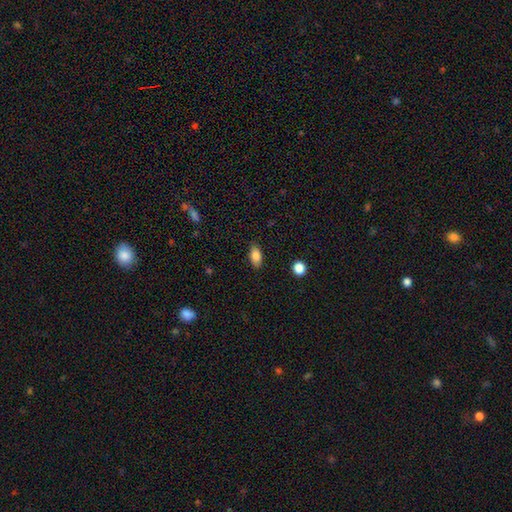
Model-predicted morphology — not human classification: Smooth or featured: smooth — 86% (star or artifact — 8%)
How rounded: in between — 89% (round — 6%)
Merging: none — 86% (minor disturbance — 11%)